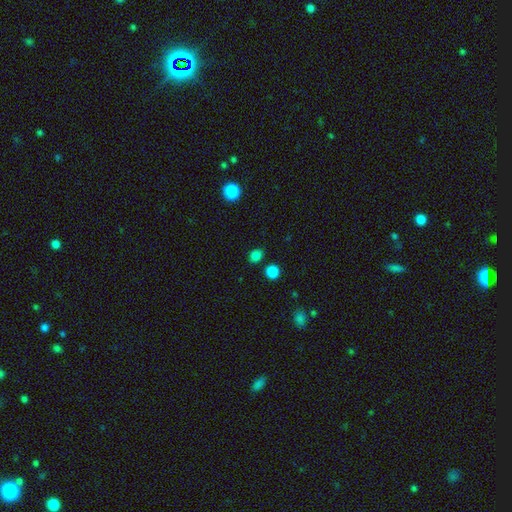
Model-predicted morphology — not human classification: type=smooth (82%); roundness=round (68%); merging=none (81%).